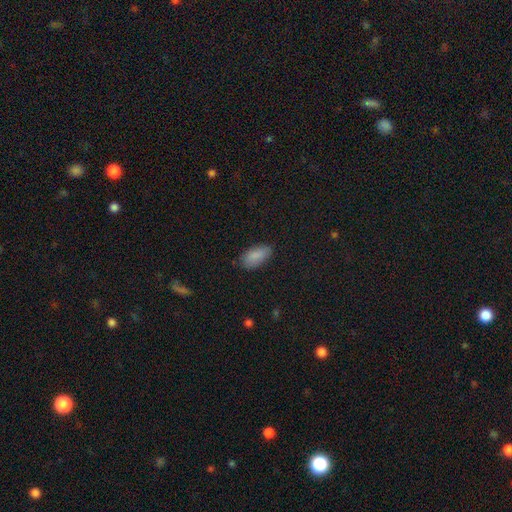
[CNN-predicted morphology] This is clearly a smooth galaxy (87%). How rounded: clearly in between (91%). Merging: likely none (78%).